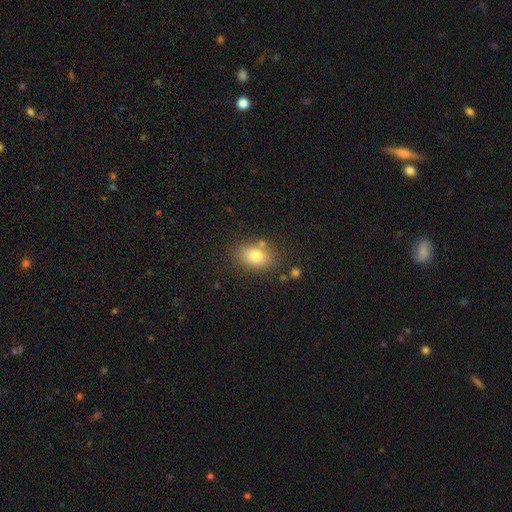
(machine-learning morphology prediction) smooth 80%, featured or disk 10%, star or artifact 9%. Down the decision tree: how rounded — in between (81%); merging — none (76%).